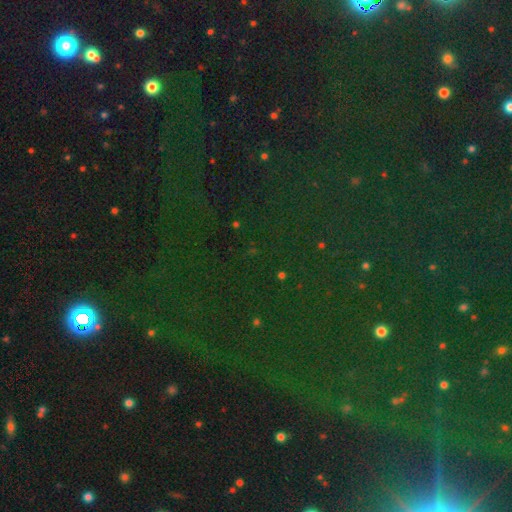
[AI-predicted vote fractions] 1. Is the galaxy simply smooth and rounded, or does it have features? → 79% star or artifact, 13% smooth, 8% featured or disk.